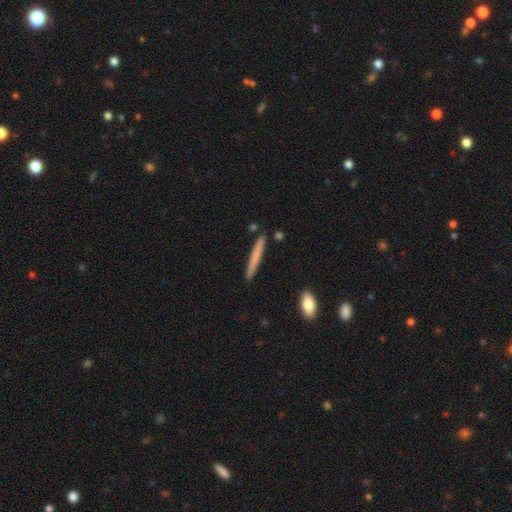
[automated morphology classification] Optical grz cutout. It shows a smooth galaxy with no disk features (67%) that is cigar-shaped (96%). Merging: none (89%).